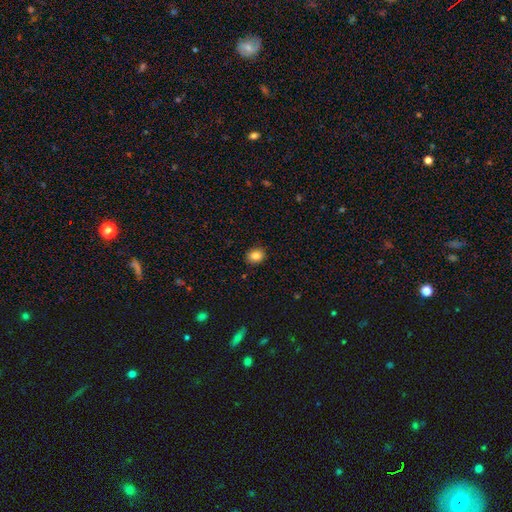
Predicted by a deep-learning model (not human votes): Overall: smooth (85%). How rounded: in between (52%; round 47%). Merging: none (89%).